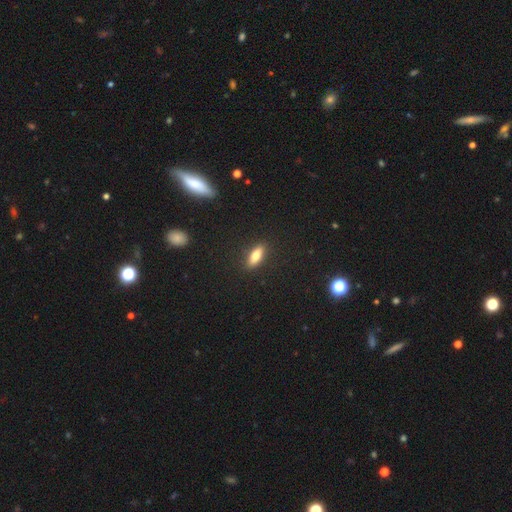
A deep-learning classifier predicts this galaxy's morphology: Smooth or featured: smooth — 70% (featured or disk — 21%)
How rounded: in between — 62% (cigar-shaped — 34%)
Merging: none — 88% (minor disturbance — 8%)